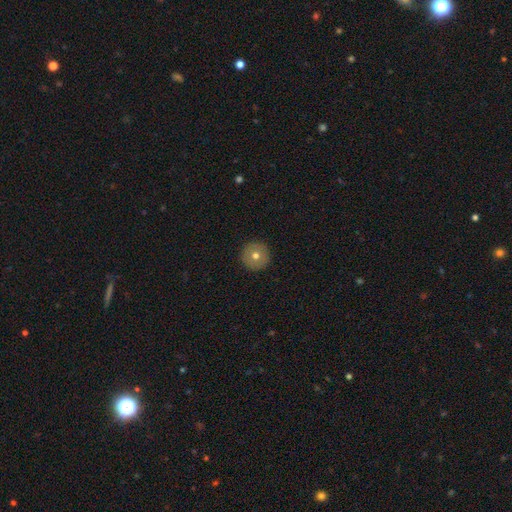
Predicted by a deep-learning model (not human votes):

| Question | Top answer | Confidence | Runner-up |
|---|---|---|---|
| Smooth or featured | smooth | 68% | featured or disk (23%) |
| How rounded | round | 97% | in between (2%) |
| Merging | none | 93% | minor disturbance (5%) |